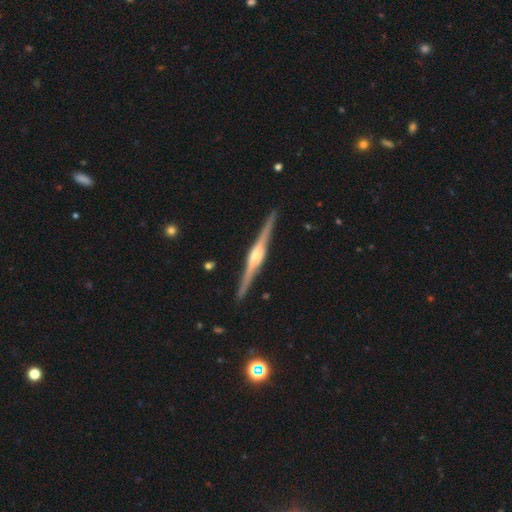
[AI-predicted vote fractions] A featured or disk galaxy (89%) viewed edge-on (99%) with a rounded central bulge (74%). Merging: none (92%).